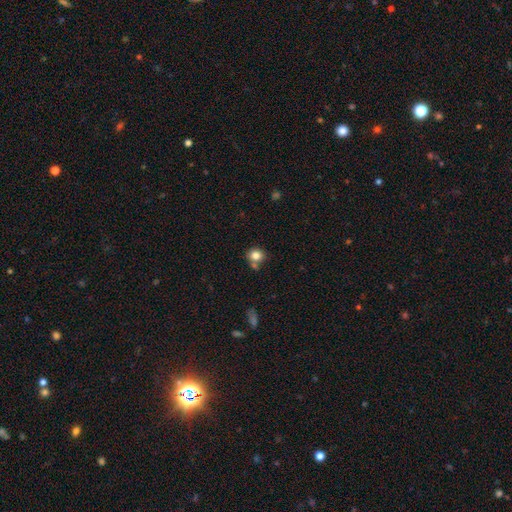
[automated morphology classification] Smooth or featured: smooth — 82% (star or artifact — 11%)
How rounded: round — 81% (in between — 18%)
Merging: none — 64% (merger — 20%)